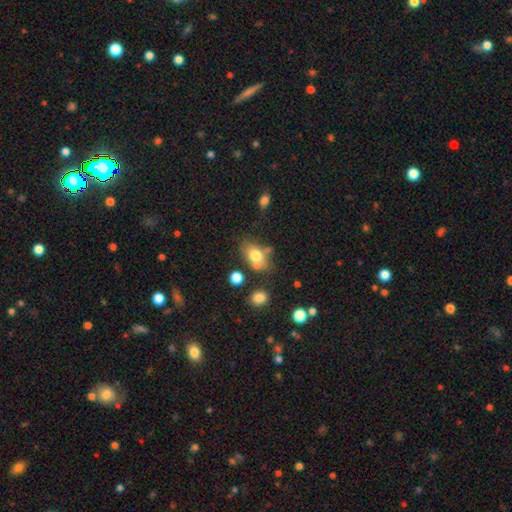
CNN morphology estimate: Q: Smooth or featured?
A: smooth (74%); runner-up: featured or disk (17%)
Q: How rounded?
A: in between (84%); runner-up: round (14%)
Q: Merging?
A: none (57%); runner-up: minor disturbance (21%)